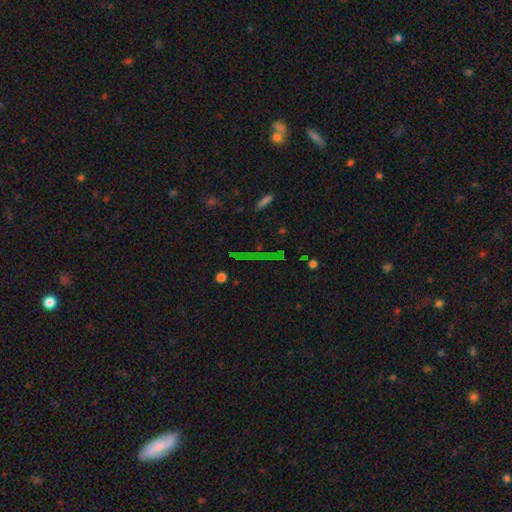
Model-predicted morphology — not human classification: star or artifact 65%, smooth 20%, featured or disk 15%.